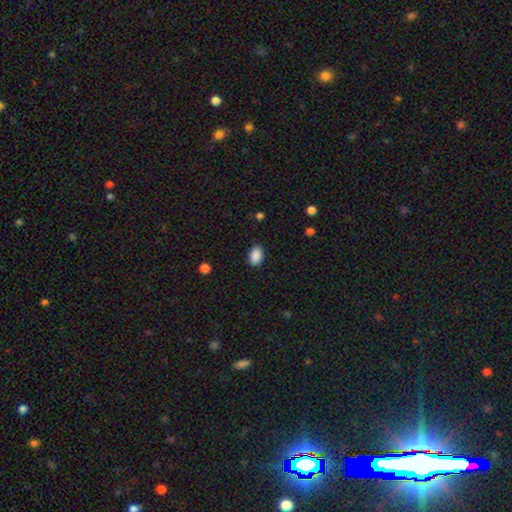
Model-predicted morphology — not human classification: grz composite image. It shows a smooth galaxy with no disk features (90%) that is in between round and cigar-shaped (88%). Merging: none (88%).